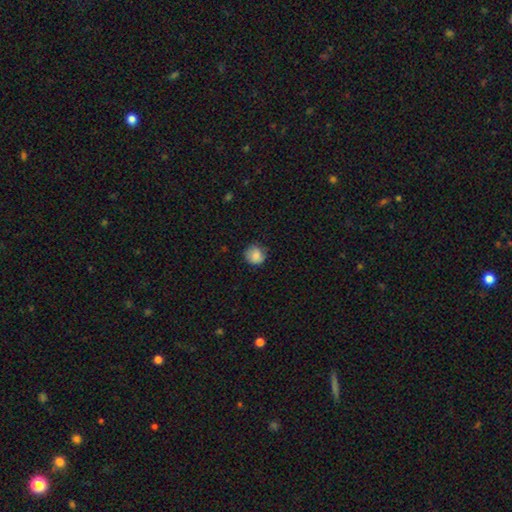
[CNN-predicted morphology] Overall: smooth (85%). How rounded: round (87%). Merging: none (77%).